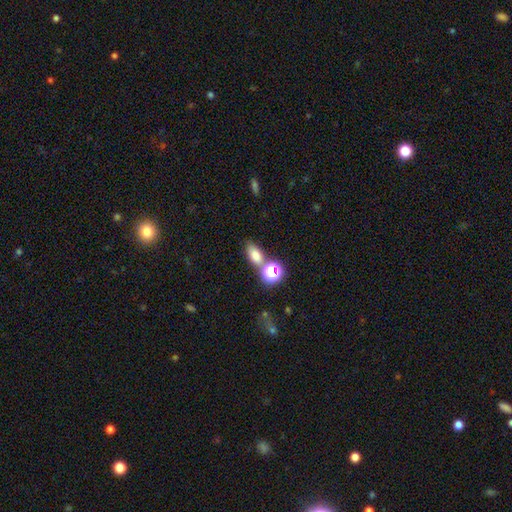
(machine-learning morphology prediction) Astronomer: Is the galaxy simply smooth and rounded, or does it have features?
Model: smooth — 73%.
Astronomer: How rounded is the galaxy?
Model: in between — 78%.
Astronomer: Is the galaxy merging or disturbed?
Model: none — 57%.